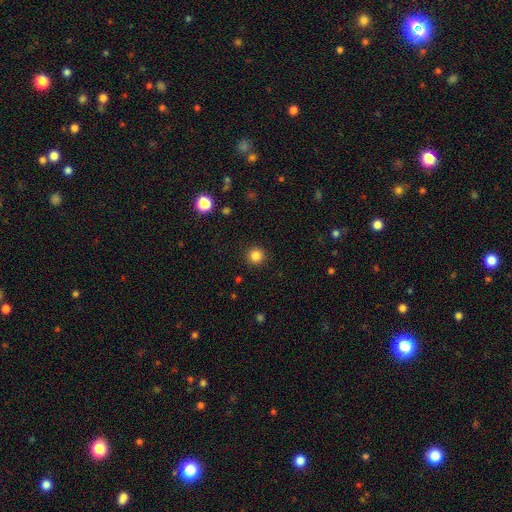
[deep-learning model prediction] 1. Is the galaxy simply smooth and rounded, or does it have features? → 84% smooth, 12% star or artifact, 4% featured or disk.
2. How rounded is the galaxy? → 95% round, 4% in between, 1% cigar-shaped.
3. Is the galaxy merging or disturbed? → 92% none, 5% minor disturbance, 2% major disturbance, 1% merger.